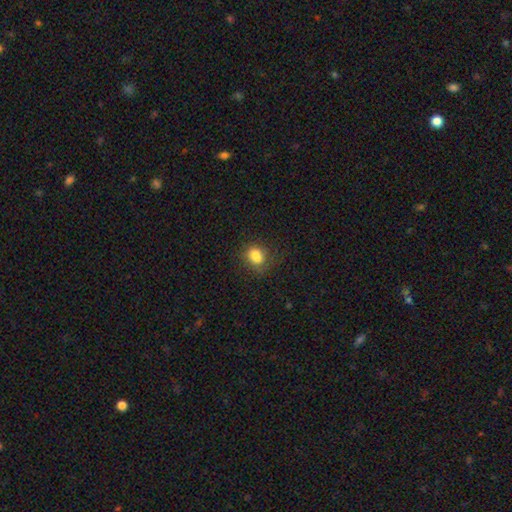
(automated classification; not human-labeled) This is likely a smooth galaxy (79%). How rounded: possibly round (51%). Merging: possibly none (60%).